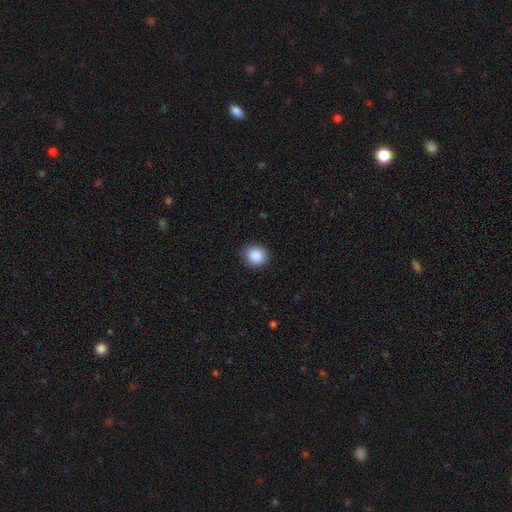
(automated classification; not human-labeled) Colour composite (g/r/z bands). It shows a smooth galaxy with no disk features (89%) that is round (81%). Merging: none (87%).